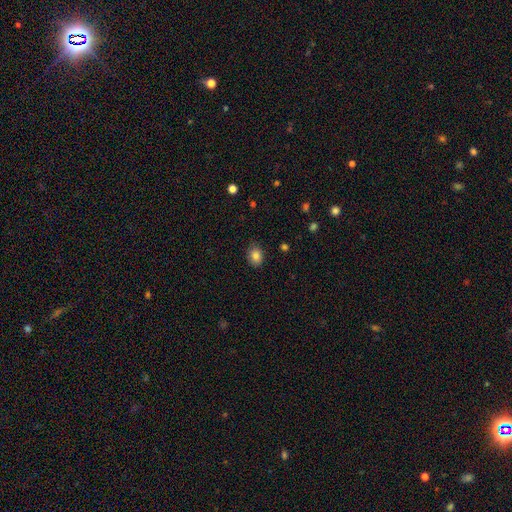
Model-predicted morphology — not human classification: Smooth or featured? smooth (83%)
How rounded? in between (54%)
Merging? none (82%)